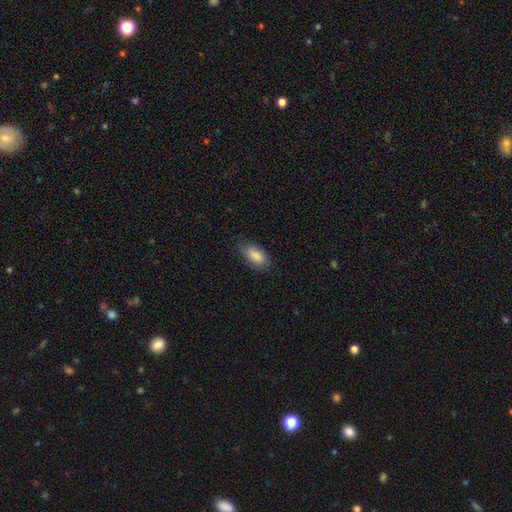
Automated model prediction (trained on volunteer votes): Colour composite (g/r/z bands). It shows a smooth galaxy with no disk features (87%) that is in between round and cigar-shaped (90%). Merging: none (75%).